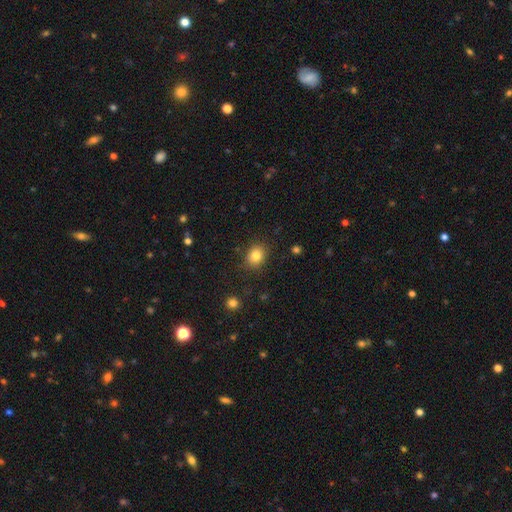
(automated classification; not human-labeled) This is clearly a smooth galaxy (82%). How rounded: possibly round (59%). Merging: clearly none (86%).